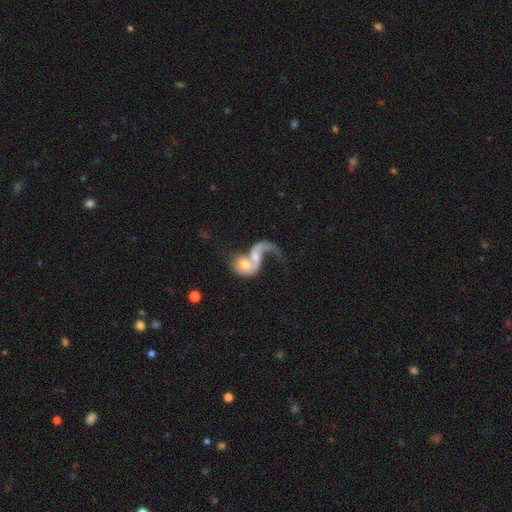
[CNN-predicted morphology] smooth-or-featured: featured or disk: 65% | smooth: 27% | star or artifact: 7%
  disk-edge-on: no: 96% | yes: 4%
    bar: no: 65% | weak: 27% | strong: 7%
    has-spiral-arms: yes: 75% | no: 25%
    bulge-size: moderate: 49% | small: 27% | large: 12% | none: 9% | dominant: 3%
  merging: merger: 73% | major disturbance: 13% | none: 9% | minor disturbance: 4%